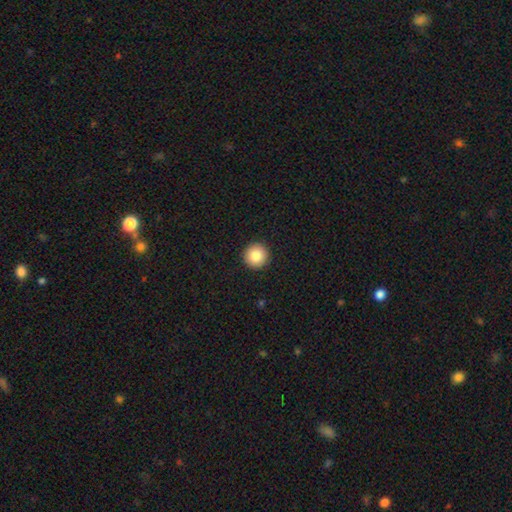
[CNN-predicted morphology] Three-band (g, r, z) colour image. It shows a smooth galaxy with no disk features (84%) that is round (96%). Merging: none (93%).